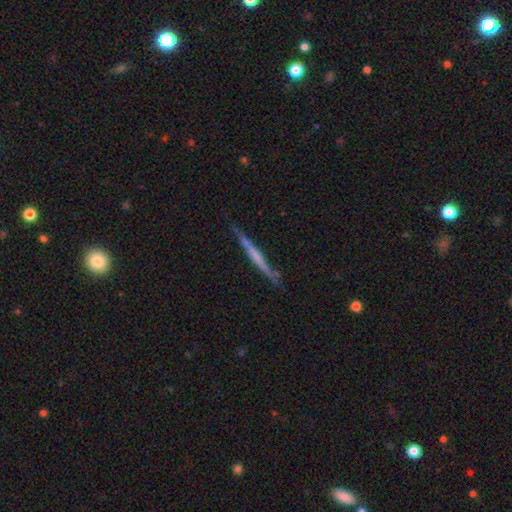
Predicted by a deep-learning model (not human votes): Smooth or featured?
  - featured or disk: 58% *
  - smooth: 36%
  - star or artifact: 6%
Edge-on disk?
  - yes: 96% *
  - no: 4%
Edge-on bulge?
  - none: 73% *
  - boxy: 14%
  - rounded: 13%
Merging?
  - none: 81% *
  - minor disturbance: 14%
  - major disturbance: 3%
  - merger: 2%